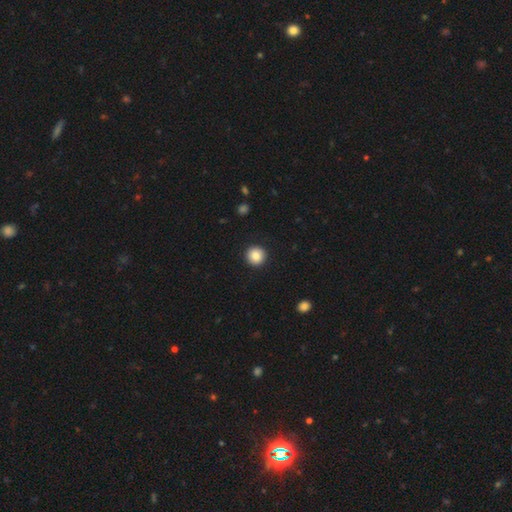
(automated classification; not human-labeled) Smooth or featured: smooth — 85% (star or artifact — 9%)
How rounded: round — 95% (in between — 4%)
Merging: none — 93% (minor disturbance — 5%)